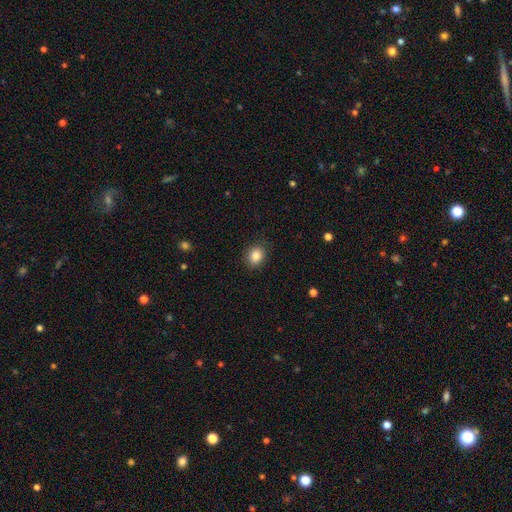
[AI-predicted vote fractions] Smooth or featured: smooth — 86% (star or artifact — 9%)
How rounded: round — 52% (in between — 47%)
Merging: none — 87% (minor disturbance — 9%)